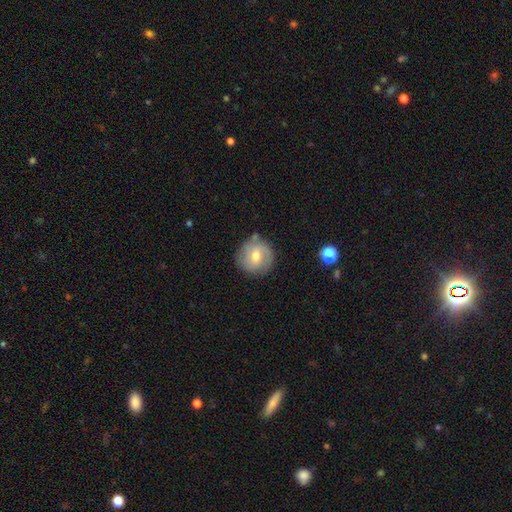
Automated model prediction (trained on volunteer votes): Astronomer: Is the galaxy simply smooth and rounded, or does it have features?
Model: featured or disk — 48% (runner-up: smooth, 44%).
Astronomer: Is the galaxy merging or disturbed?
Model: none — 76%.